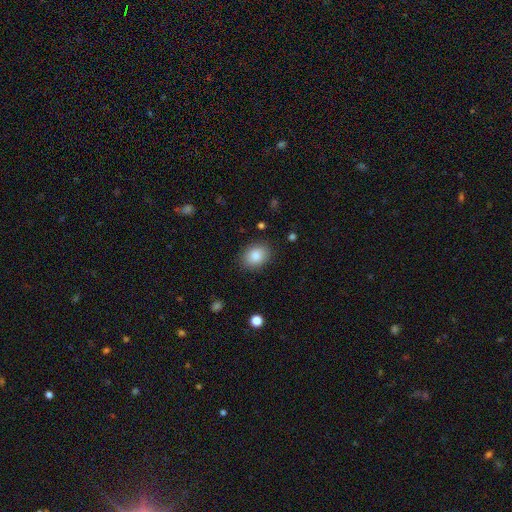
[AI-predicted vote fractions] Overall: smooth (86%). How rounded: in between (61%; round 38%). Merging: none (85%).